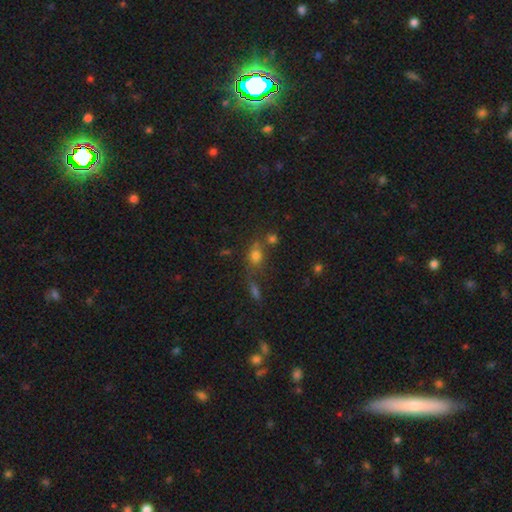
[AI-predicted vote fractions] Q: Smooth or featured?
A: smooth (69%); runner-up: star or artifact (19%)
Q: How rounded?
A: in between (50%); runner-up: round (46%)
Q: Merging?
A: none (50%); runner-up: merger (25%)